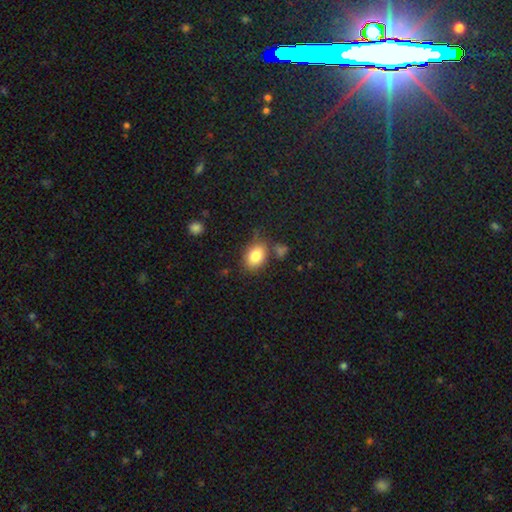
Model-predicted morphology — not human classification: Smooth or featured? Predicted: smooth (p=0.83). How rounded? Predicted: in between (p=0.79). Merging? Predicted: none (p=0.71).